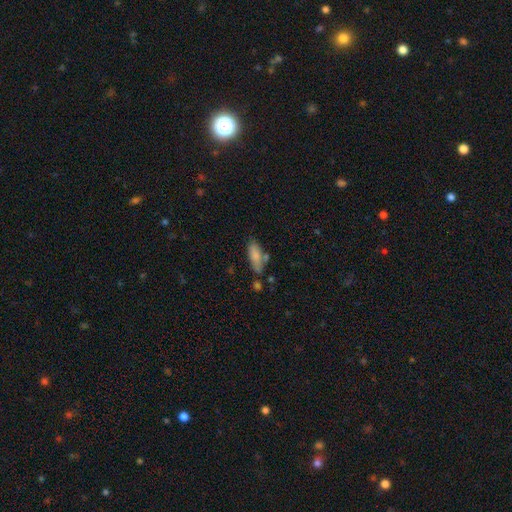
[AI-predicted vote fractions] Q: Smooth or featured?
A: smooth (80%); runner-up: featured or disk (13%)
Q: How rounded?
A: in between (67%); runner-up: cigar-shaped (31%)
Q: Merging?
A: none (60%); runner-up: minor disturbance (22%)